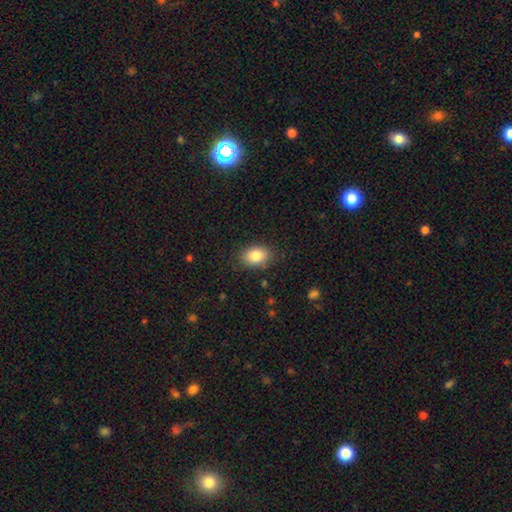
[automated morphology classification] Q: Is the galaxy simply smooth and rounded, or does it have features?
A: smooth — 84%.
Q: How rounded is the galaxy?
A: in between — 80%.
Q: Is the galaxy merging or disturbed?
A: none — 82%.